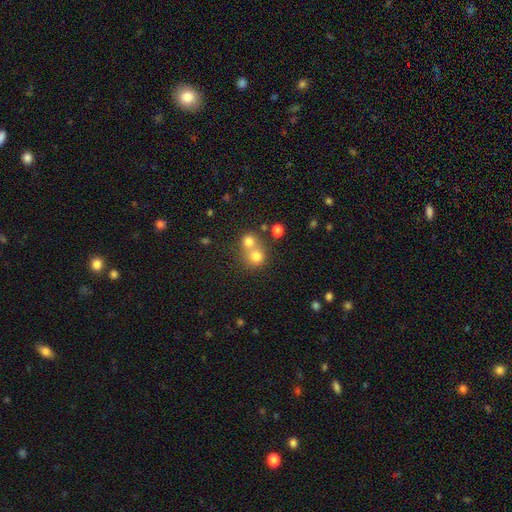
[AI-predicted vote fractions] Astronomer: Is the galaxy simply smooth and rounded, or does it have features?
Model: smooth — 74%.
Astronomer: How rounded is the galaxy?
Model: round — 84%.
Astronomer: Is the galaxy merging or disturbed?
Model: merger — 57% (runner-up: none, 36%).